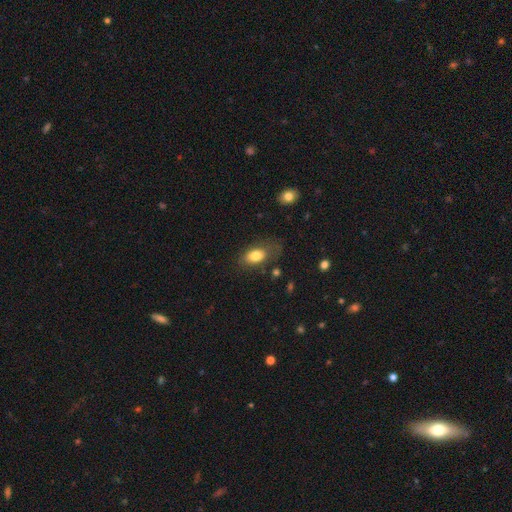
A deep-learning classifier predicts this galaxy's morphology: The model was most divided on "merging": none: 58%, minor disturbance: 24%, major disturbance: 15%, merger: 3%. More confident: how rounded — in between (88%); smooth or featured — smooth (79%).